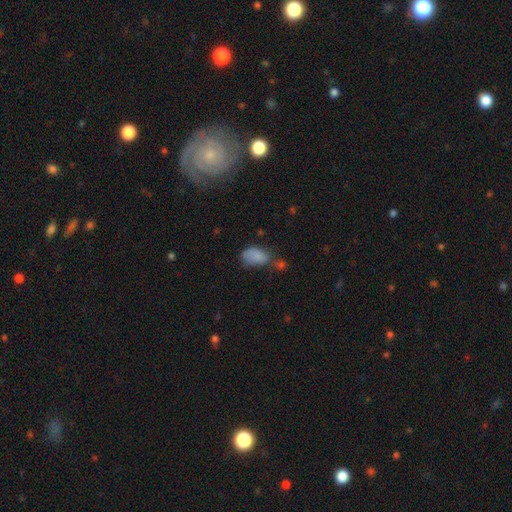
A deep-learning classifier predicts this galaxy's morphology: Q: Smooth or featured?
A: smooth (80%); runner-up: star or artifact (10%)
Q: How rounded?
A: in between (89%); runner-up: round (8%)
Q: Merging?
A: none (32%); runner-up: minor disturbance (28%)